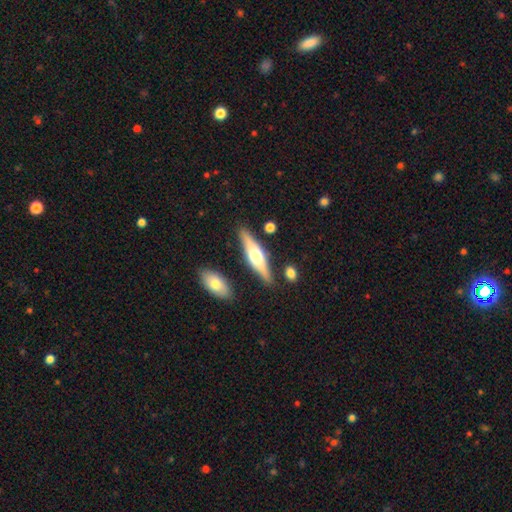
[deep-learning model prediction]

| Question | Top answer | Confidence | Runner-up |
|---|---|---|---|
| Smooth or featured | featured or disk | 57% | smooth (38%) |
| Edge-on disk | yes | 93% | no (7%) |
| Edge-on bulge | rounded | 93% | boxy (5%) |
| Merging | none | 83% | minor disturbance (10%) |